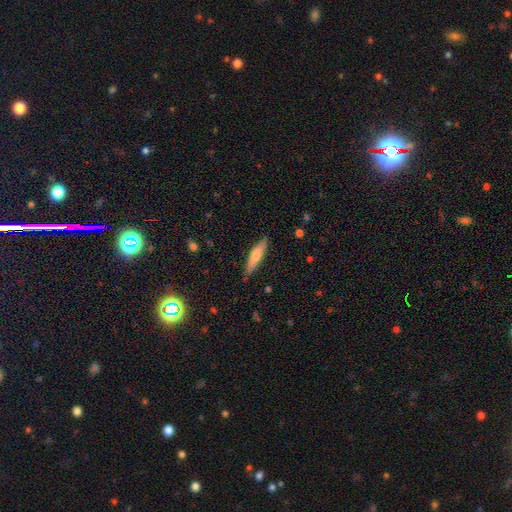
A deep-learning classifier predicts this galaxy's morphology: smooth 57%, featured or disk 36%, star or artifact 6%. Down the decision tree: how rounded — cigar-shaped (78%); merging — none (84%).